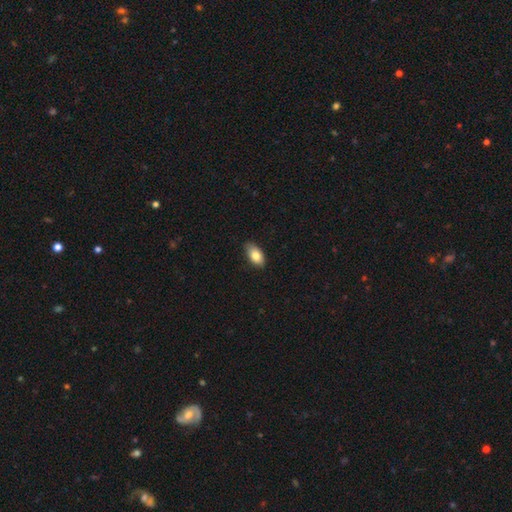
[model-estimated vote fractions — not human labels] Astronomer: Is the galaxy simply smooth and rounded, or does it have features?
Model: smooth — 83%.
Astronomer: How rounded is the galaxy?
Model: in between — 92%.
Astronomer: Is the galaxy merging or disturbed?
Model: none — 82%.